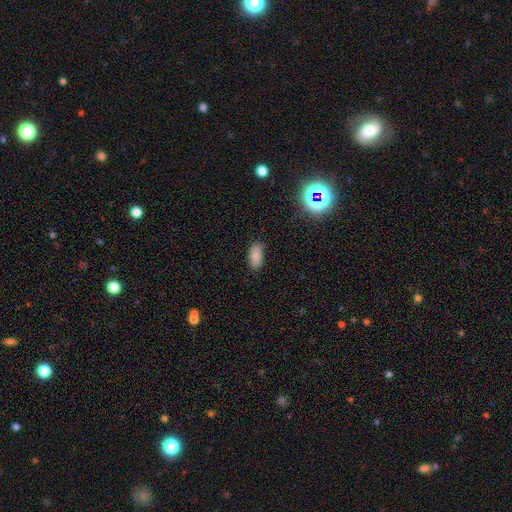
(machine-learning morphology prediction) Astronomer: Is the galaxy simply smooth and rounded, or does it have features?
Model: smooth — 84%.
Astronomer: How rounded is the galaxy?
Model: in between — 92%.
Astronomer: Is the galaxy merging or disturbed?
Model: none — 74%.